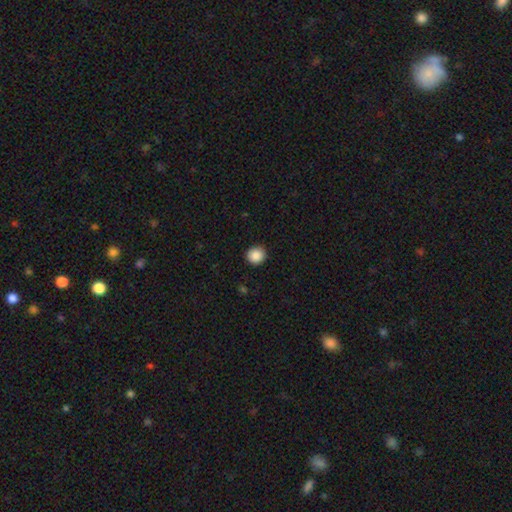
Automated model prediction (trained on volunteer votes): Smooth or featured? smooth (88%)
How rounded? round (91%)
Merging? none (92%)